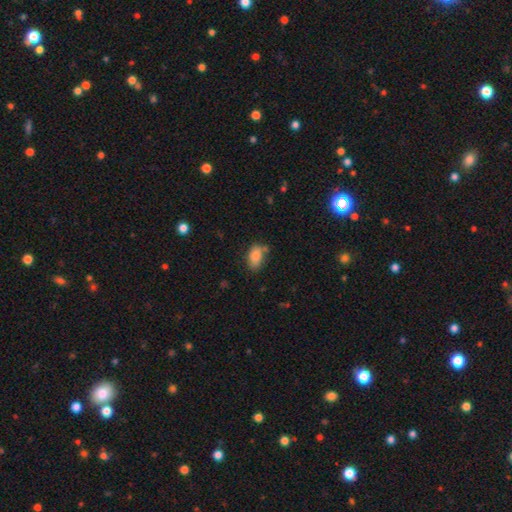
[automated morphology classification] Q: Smooth or featured?
A: smooth (85%); runner-up: star or artifact (8%)
Q: How rounded?
A: in between (90%); runner-up: round (8%)
Q: Merging?
A: none (63%); runner-up: minor disturbance (22%)